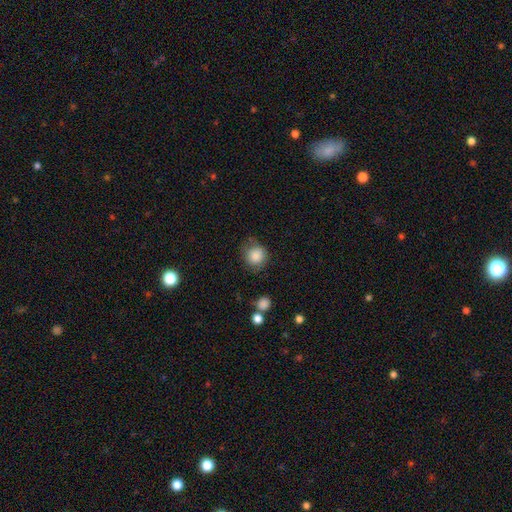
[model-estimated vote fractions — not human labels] Overall: smooth (86%). How rounded: round (86%). Merging: none (68%).